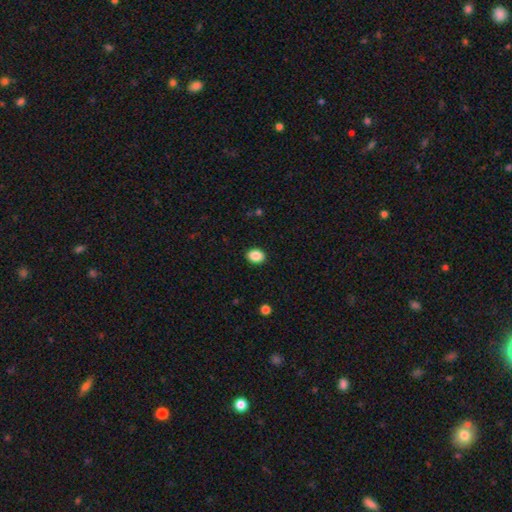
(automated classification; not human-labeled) This is clearly a smooth galaxy (88%). How rounded: likely in between (65%). Merging: clearly none (91%).